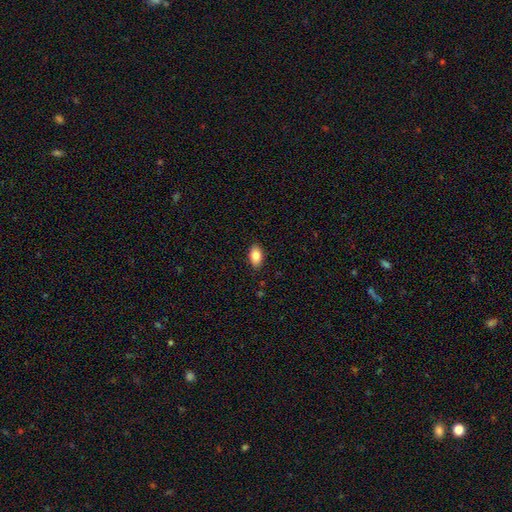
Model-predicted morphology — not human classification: smooth 84%, featured or disk 8%, star or artifact 8%. Down the decision tree: how rounded — in between (92%); merging — none (87%).